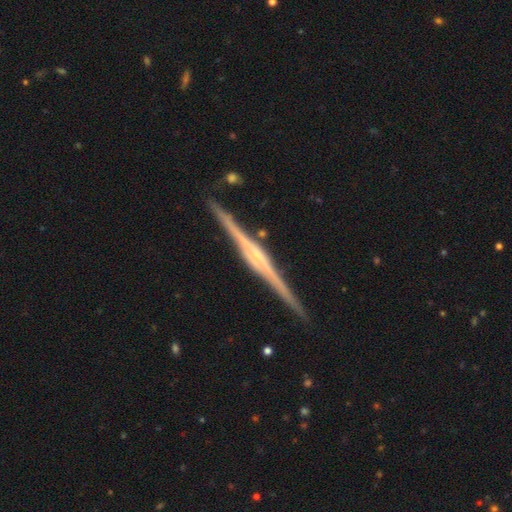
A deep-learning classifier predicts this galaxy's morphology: This is clearly a featured or disk galaxy (89%). It is clearly viewed edge-on (99%). Edge-on bulge: possibly rounded (57%). Merging: clearly none (91%).